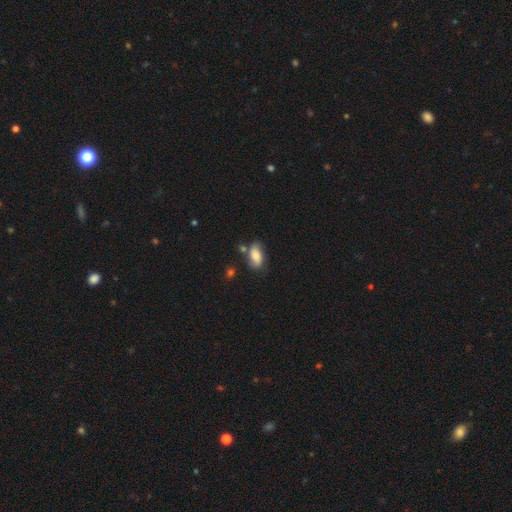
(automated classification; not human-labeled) The model was most divided on "merging": none: 58%, minor disturbance: 25%, merger: 10%, major disturbance: 8%. More confident: how rounded — in between (90%); smooth or featured — smooth (70%).